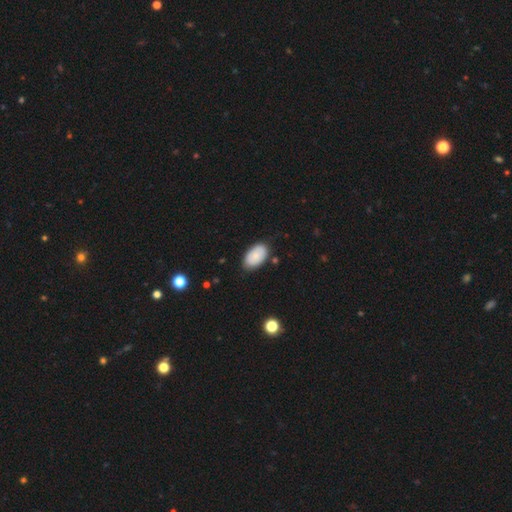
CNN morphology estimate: This is likely a smooth galaxy (79%). How rounded: clearly in between (94%). Merging: clearly none (81%).